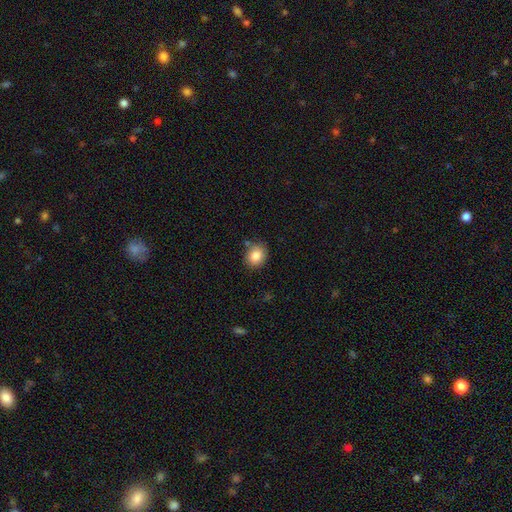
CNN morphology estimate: smooth 84%, star or artifact 9%, featured or disk 7%. Down the decision tree: how rounded — round (63%); merging — none (78%).